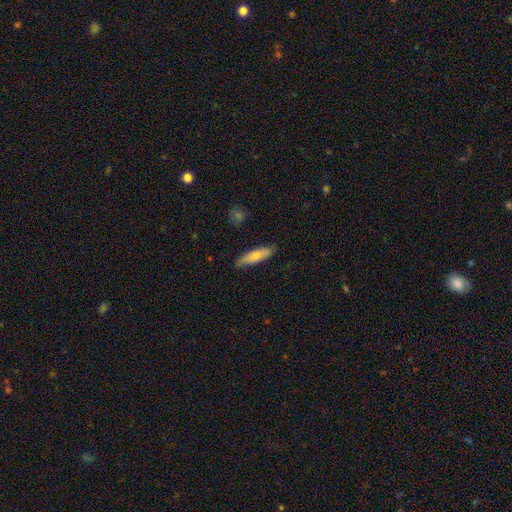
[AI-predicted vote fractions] A smooth galaxy with no disk features (75%) that is cigar-shaped (64%). Merging: none (83%).